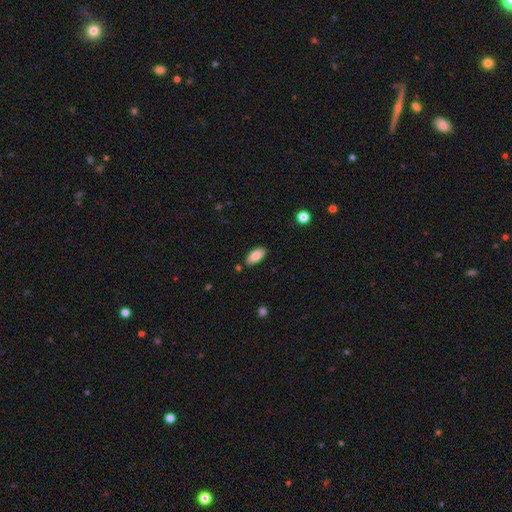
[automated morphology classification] Smooth or featured? Predicted: smooth (p=0.87). How rounded? Predicted: in between (p=0.91). Merging? Predicted: none (p=0.85).